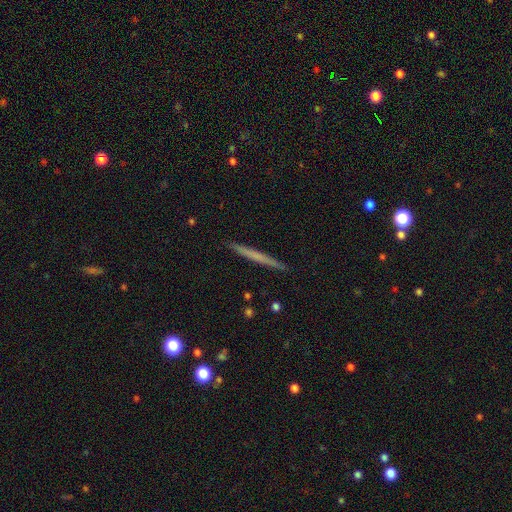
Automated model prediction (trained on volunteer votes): The model was most divided on "smooth or featured": smooth: 50%, featured or disk: 44%, star or artifact: 6%. More confident: how rounded — cigar-shaped (97%); merging — none (92%).